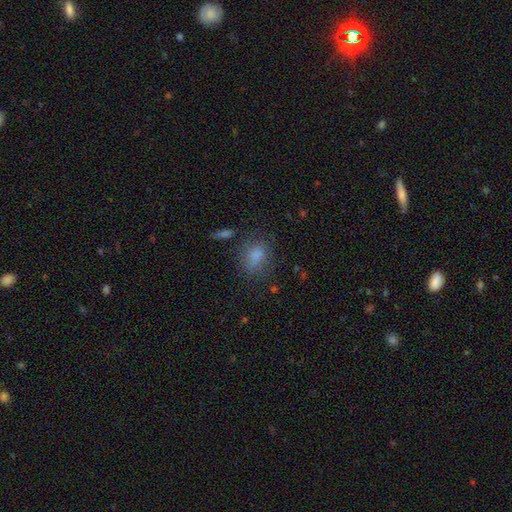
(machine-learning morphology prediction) The model was most divided on "how rounded": in between: 61%, round: 36%, cigar-shaped: 2%. More confident: smooth or featured — smooth (82%); merging — none (71%).